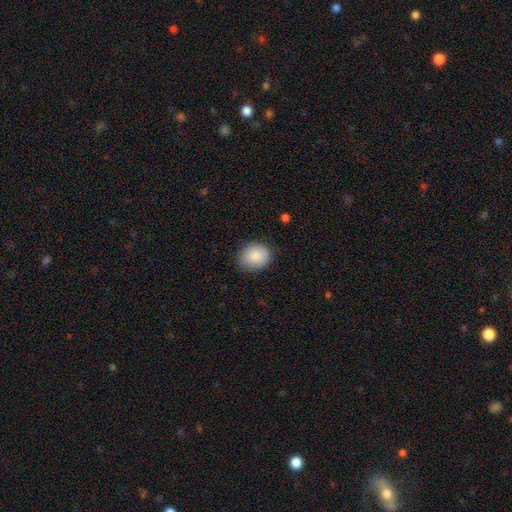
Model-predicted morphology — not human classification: smooth 87%, star or artifact 8%, featured or disk 5%. Down the decision tree: how rounded — round (61%); merging — none (82%).